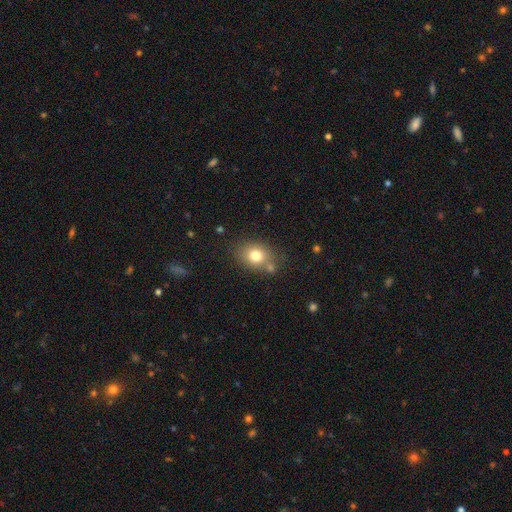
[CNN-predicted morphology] Smooth or featured? Predicted: smooth (p=0.76). How rounded? Predicted: round (p=0.51). Merging? Predicted: none (p=0.69).